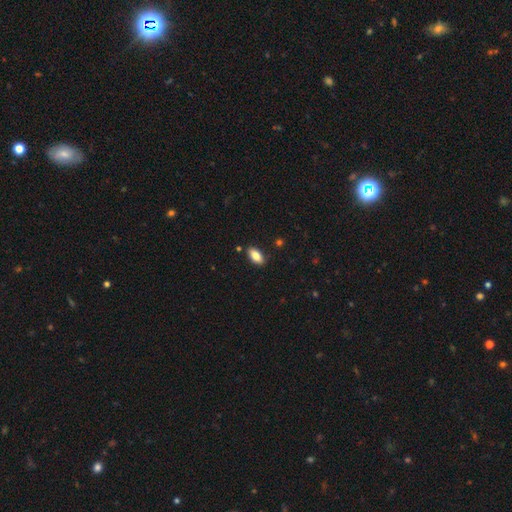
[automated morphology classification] type=smooth (82%); roundness=in between (91%); merging=none (87%).